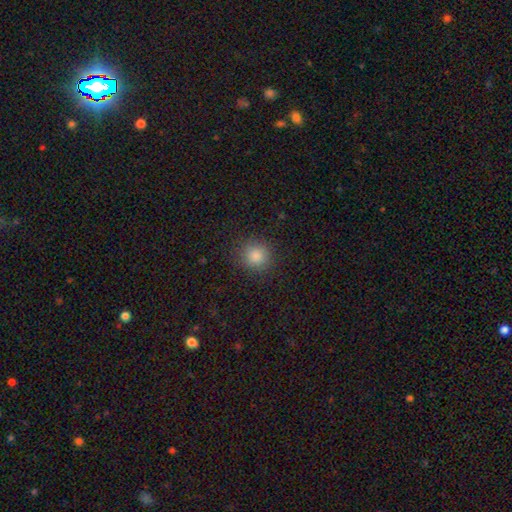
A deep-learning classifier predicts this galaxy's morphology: Smooth or featured? smooth (83%)
How rounded? round (91%)
Merging? none (90%)